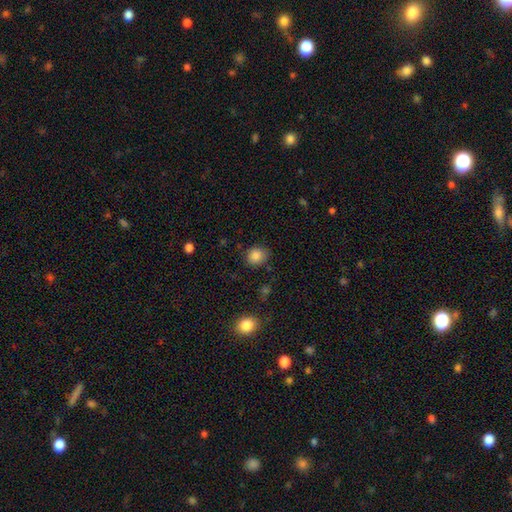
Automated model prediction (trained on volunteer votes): A smooth galaxy with no disk features (85%) that is round (70%). Merging: none (79%).